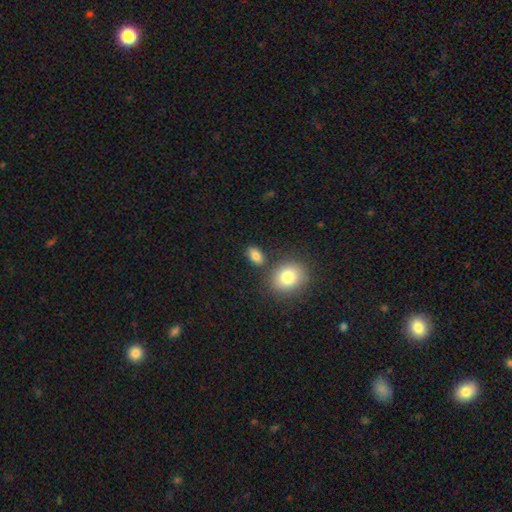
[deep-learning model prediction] Morphology: type=smooth (84%); roundness=in between (84%); merging=none (77%).